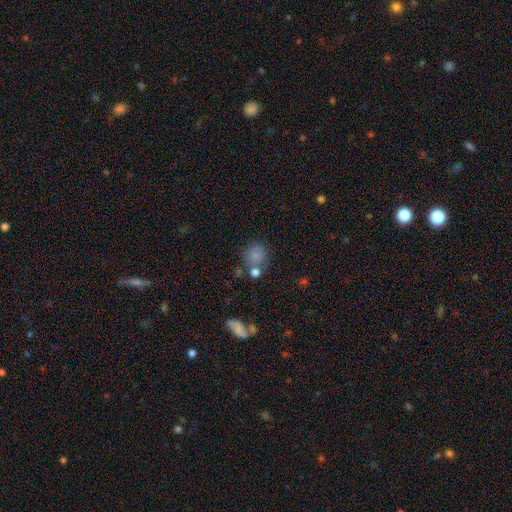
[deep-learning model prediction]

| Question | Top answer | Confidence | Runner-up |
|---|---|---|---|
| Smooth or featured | smooth | 77% | star or artifact (13%) |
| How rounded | round | 82% | in between (17%) |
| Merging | none | 57% | merger (19%) |